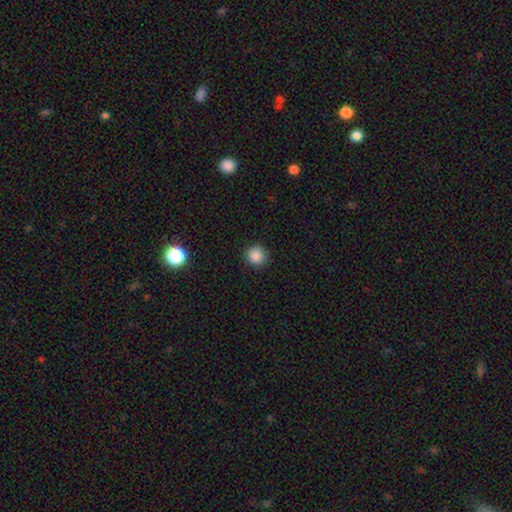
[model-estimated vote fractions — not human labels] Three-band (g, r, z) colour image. It shows a smooth galaxy with no disk features (87%) that is round (93%). Merging: none (89%).